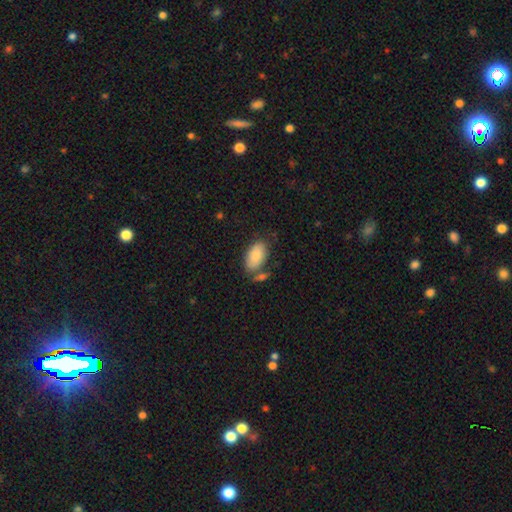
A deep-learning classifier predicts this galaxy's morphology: Smooth or featured: smooth — 85% (featured or disk — 9%)
How rounded: in between — 94% (round — 4%)
Merging: none — 64% (minor disturbance — 18%)